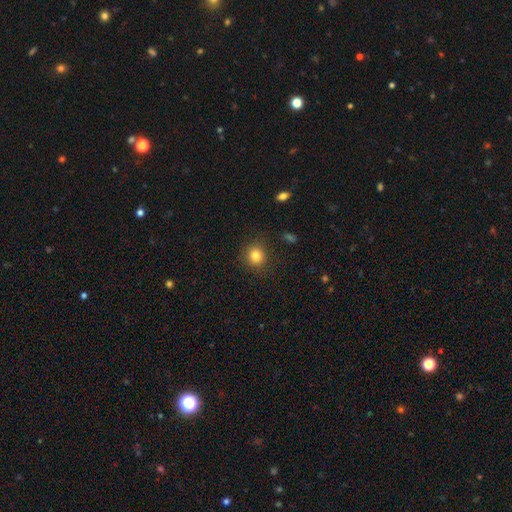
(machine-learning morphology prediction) type=smooth (83%); roundness=round (87%); merging=none (87%).